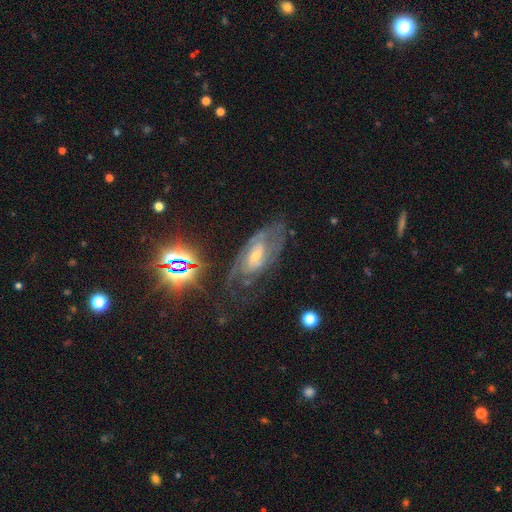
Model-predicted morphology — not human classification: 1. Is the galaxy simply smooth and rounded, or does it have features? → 75% featured or disk, 13% star or artifact, 12% smooth.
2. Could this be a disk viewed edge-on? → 91% no, 9% yes.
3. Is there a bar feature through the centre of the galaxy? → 43% no (tied), 43% weak (tied), 14% strong.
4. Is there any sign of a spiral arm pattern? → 87% yes, 13% no.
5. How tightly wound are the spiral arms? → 49% tight, 39% medium, 11% loose.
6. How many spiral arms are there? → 43% can't tell, 38% 2, 8% 3, 6% 1, 3% 4, 3% more than 4.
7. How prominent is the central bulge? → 57% small, 36% moderate, 3% none, 3% large, 1% dominant.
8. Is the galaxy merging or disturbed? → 59% none, 22% minor disturbance, 17% major disturbance, 2% merger.